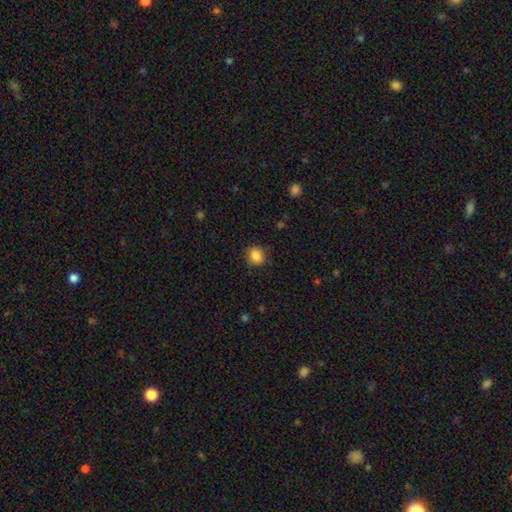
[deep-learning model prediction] Morphology: type=smooth (86%); roundness=round (69%); merging=none (84%).